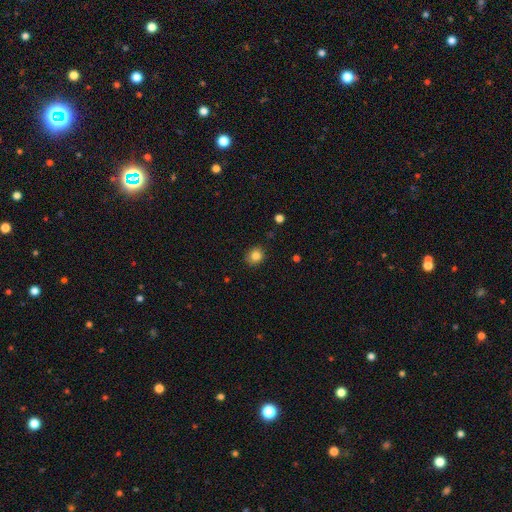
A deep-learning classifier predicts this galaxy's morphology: smooth-or-featured: smooth: 85% | star or artifact: 11% | featured or disk: 5%
  how-rounded: round: 76% | in between: 23% | cigar-shaped: 1%
  merging: none: 86% | minor disturbance: 11% | major disturbance: 2% | merger: 1%